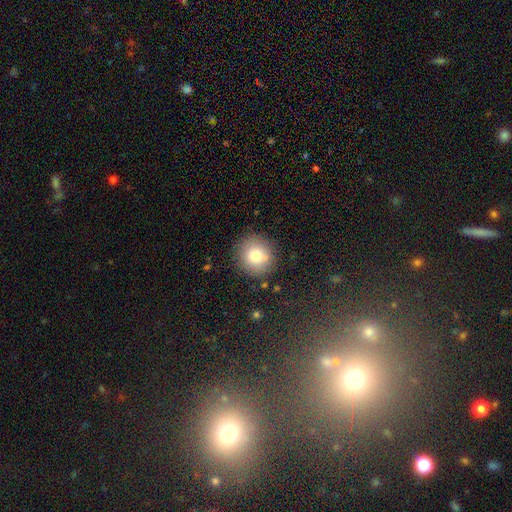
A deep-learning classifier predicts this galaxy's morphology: Smooth or featured? smooth (80%)
How rounded? round (90%)
Merging? none (84%)